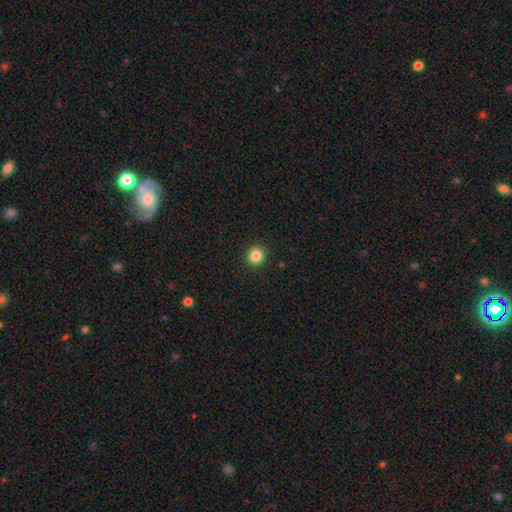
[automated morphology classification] Smooth or featured? smooth (85%)
How rounded? round (89%)
Merging? none (92%)